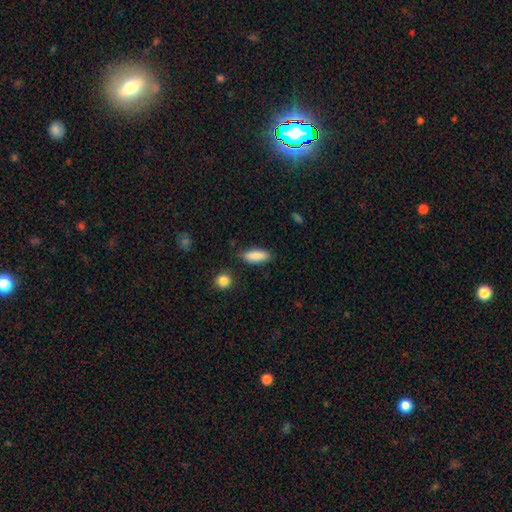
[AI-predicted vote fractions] A smooth galaxy with no disk features (88%) that is in between round and cigar-shaped (67%). Merging: none (81%).